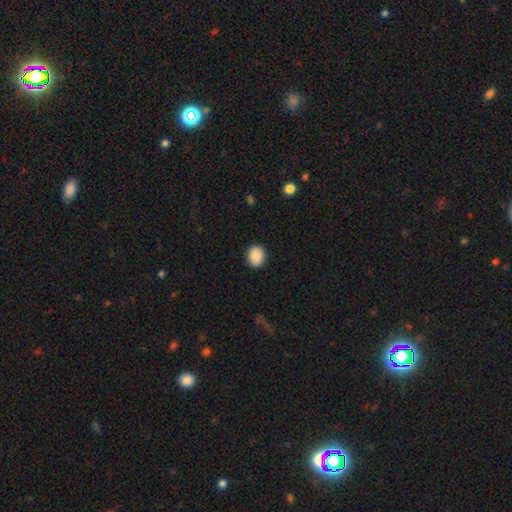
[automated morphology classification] smooth_or_featured: smooth (p=0.87) [alt: star or artifact p=0.08]
how_rounded: round (p=0.60) [alt: in between p=0.39]
merging: none (p=0.90) [alt: minor disturbance p=0.07]